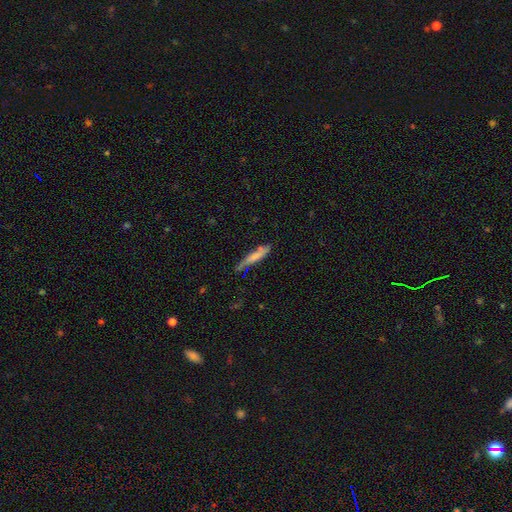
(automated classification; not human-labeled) Smooth or featured: smooth — 68% (featured or disk — 25%)
How rounded: cigar-shaped — 88% (in between — 10%)
Merging: none — 65% (minor disturbance — 25%)